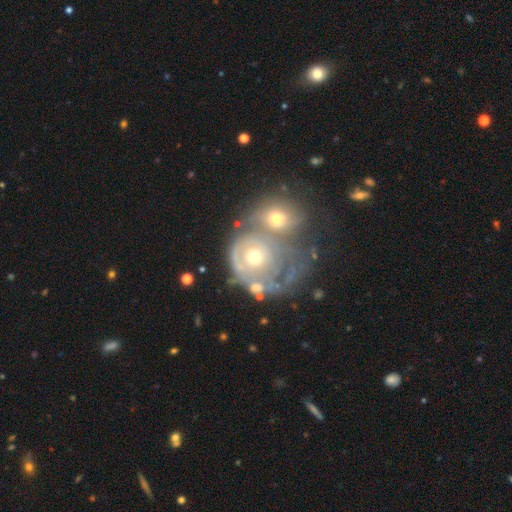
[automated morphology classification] smooth-or-featured: featured or disk: 67% | smooth: 23% | star or artifact: 10%
  disk-edge-on: no: 97% | yes: 3%
    bar: no: 86% | weak: 11% | strong: 3%
    has-spiral-arms: yes: 57% | no: 43%
    bulge-size: moderate: 51% | small: 40% | large: 5% | none: 3% | dominant: 2%
  merging: merger: 62% | none: 19% | major disturbance: 10% | minor disturbance: 9%